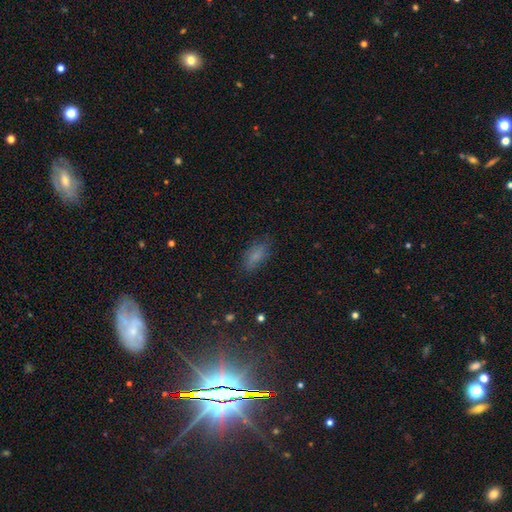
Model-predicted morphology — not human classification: A smooth galaxy with no disk features (70%) that is in between round and cigar-shaped (86%). Merging: none (76%).